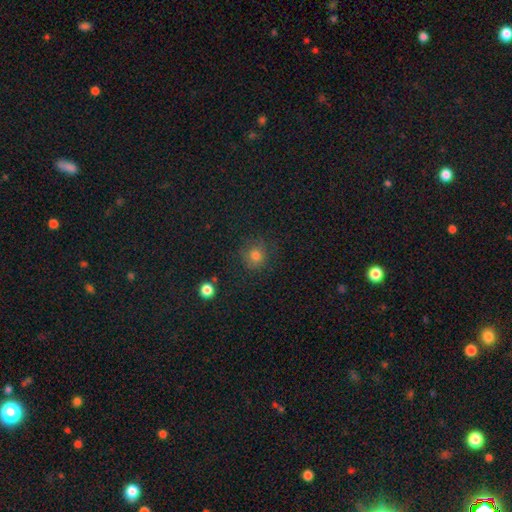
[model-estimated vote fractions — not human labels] smooth 77%, star or artifact 16%, featured or disk 7%. Down the decision tree: how rounded — round (89%); merging — none (82%).